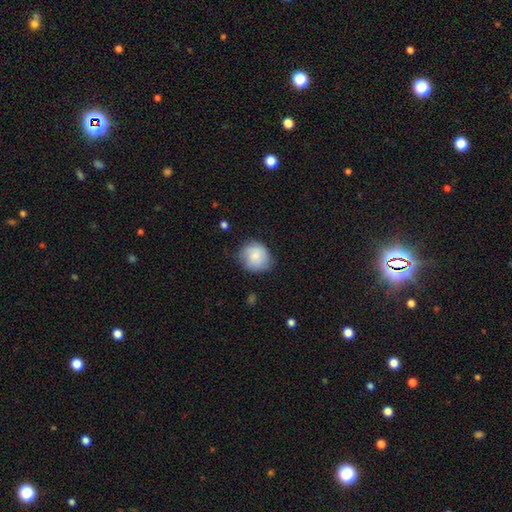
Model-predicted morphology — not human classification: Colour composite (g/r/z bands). It shows a smooth galaxy with no disk features (78%) that is round (79%). Merging: none (69%).